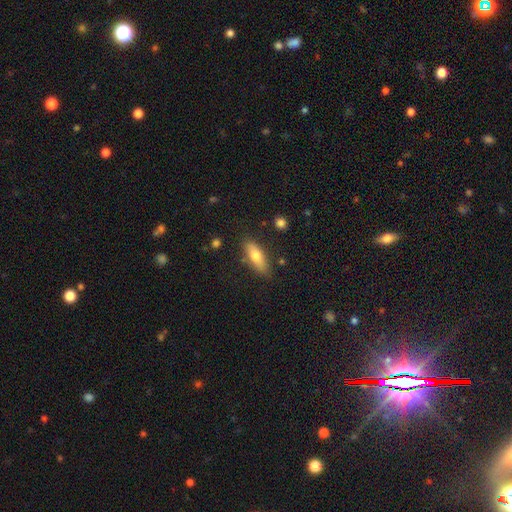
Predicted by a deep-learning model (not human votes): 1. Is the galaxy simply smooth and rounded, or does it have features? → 68% smooth, 25% featured or disk, 7% star or artifact.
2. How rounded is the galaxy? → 64% in between, 33% cigar-shaped, 3% round.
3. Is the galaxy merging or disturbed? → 80% none, 14% minor disturbance, 3% major disturbance, 3% merger.